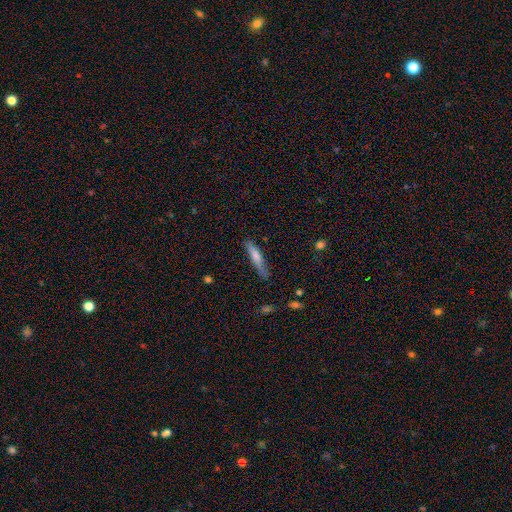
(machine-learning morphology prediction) smooth-or-featured: smooth: 47% | featured or disk: 44% | star or artifact: 8%
  merging: none: 79% | minor disturbance: 16% | major disturbance: 3% | merger: 2%